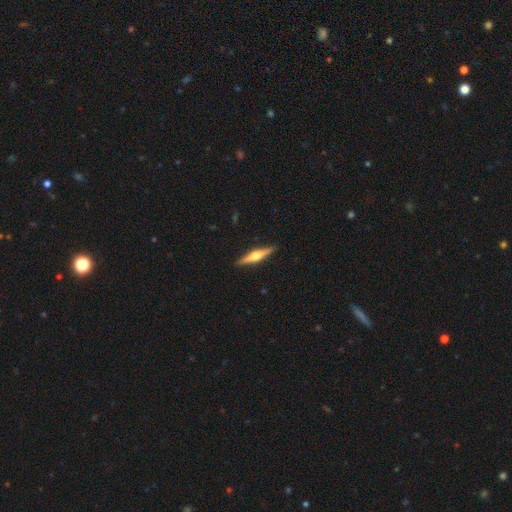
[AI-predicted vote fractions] This is likely a featured or disk galaxy (69%). It is clearly viewed edge-on (97%). Edge-on bulge: clearly rounded (94%). Merging: clearly none (91%).